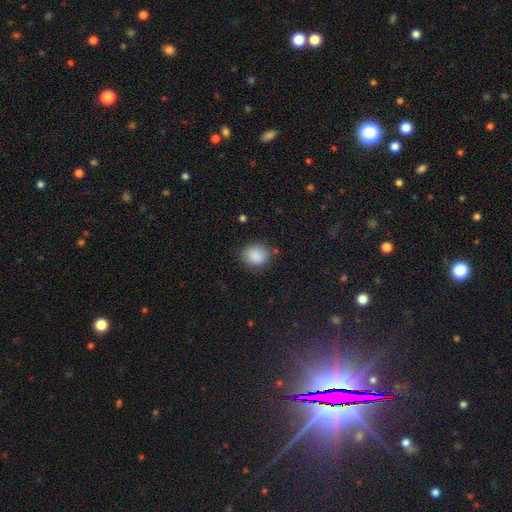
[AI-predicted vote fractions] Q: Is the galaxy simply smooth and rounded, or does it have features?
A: smooth — 88%.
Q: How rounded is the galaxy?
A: round — 67%.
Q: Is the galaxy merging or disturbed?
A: none — 80%.